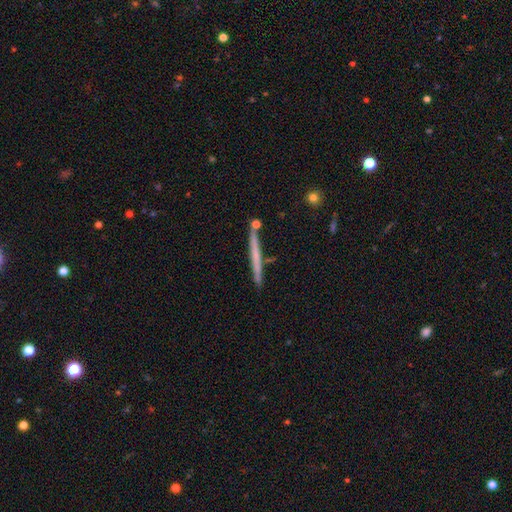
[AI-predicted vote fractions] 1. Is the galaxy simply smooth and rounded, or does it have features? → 48% smooth, 46% featured or disk, 6% star or artifact.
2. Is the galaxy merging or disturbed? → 85% none, 9% minor disturbance, 4% merger, 2% major disturbance.